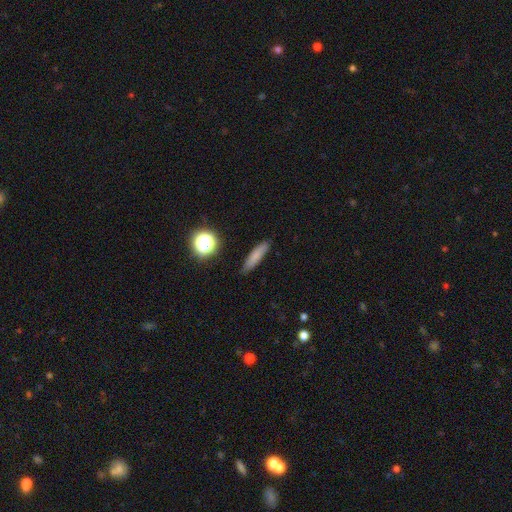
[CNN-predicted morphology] smooth_or_featured: smooth (p=0.77) [alt: featured or disk p=0.12]
how_rounded: cigar-shaped (p=0.77) [alt: in between p=0.19]
merging: none (p=0.87) [alt: minor disturbance p=0.10]